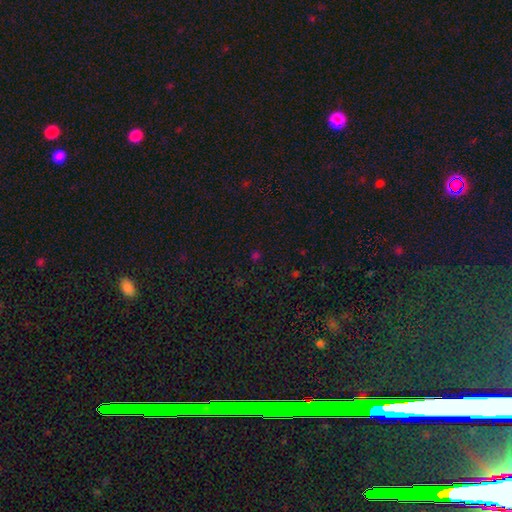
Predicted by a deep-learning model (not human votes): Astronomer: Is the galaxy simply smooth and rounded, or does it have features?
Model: smooth — 48% (runner-up: star or artifact, 46%).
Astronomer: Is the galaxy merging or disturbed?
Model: none — 78%.